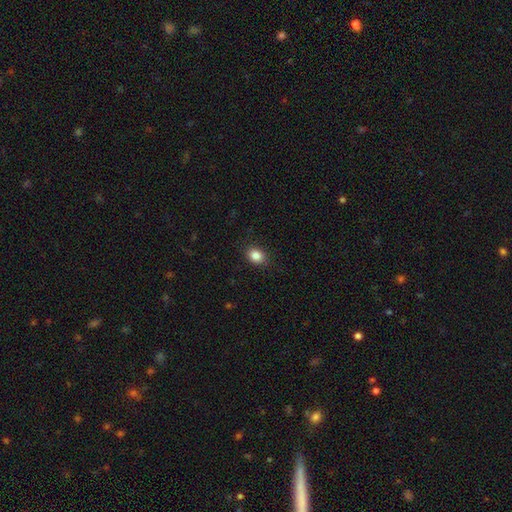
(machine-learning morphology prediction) smooth_or_featured: smooth (p=0.86) [alt: star or artifact p=0.09]
how_rounded: in between (p=0.59) [alt: round p=0.40]
merging: none (p=0.88) [alt: minor disturbance p=0.08]